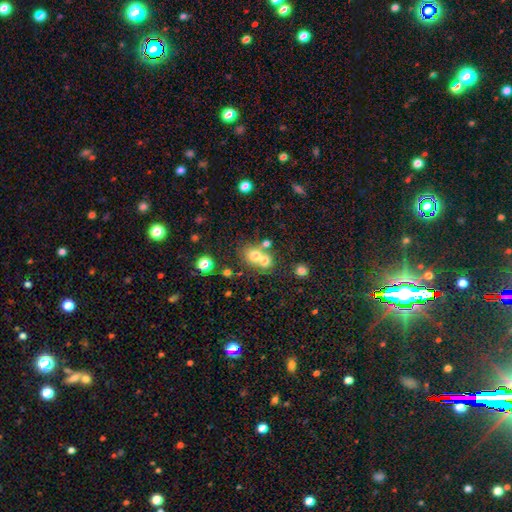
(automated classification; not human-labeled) A smooth galaxy with no disk features (68%) that is round (72%). Merging: merger (55%).